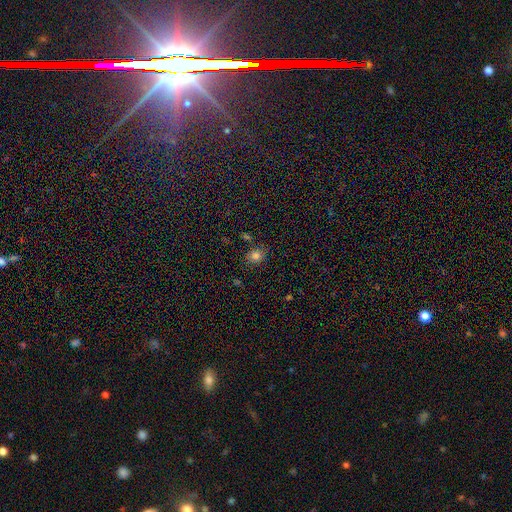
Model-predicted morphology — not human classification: smooth 80%, star or artifact 13%, featured or disk 6%. Down the decision tree: how rounded — round (60%); merging — none (80%).